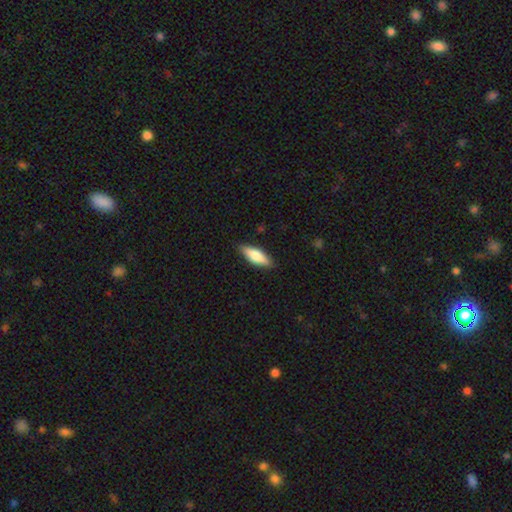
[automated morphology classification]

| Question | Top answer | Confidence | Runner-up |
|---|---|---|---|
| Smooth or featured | smooth | 73% | featured or disk (21%) |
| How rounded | in between | 59% | cigar-shaped (39%) |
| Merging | none | 87% | minor disturbance (10%) |